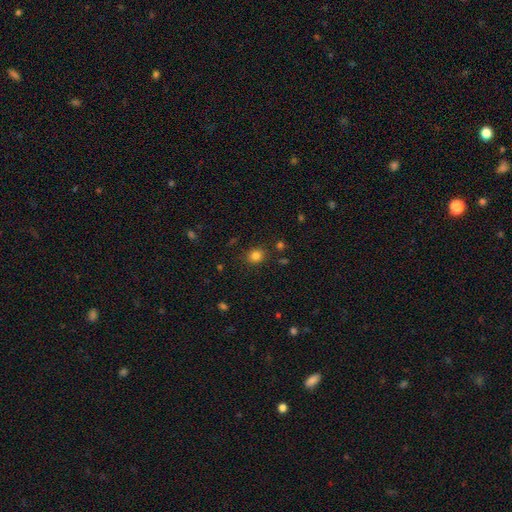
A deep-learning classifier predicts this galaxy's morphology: type=smooth (82%); roundness=round (72%); merging=none (86%).